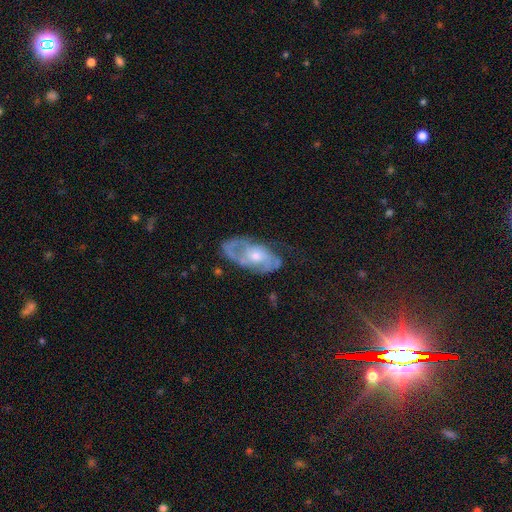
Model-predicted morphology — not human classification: Q: Smooth or featured?
A: featured or disk (76%); runner-up: smooth (17%)
Q: Edge-on disk?
A: no (93%); runner-up: yes (7%)
Q: Bar?
A: no (72%); runner-up: weak (24%)
Q: Spiral arms?
A: yes (85%); runner-up: no (15%)
Q: Spiral winding?
A: medium (42%); runner-up: tight (40%)
Q: Spiral arm count?
A: 2 (52%); runner-up: can't tell (27%)
Q: Bulge size?
A: moderate (58%); runner-up: small (33%)
Q: Merging?
A: none (56%); runner-up: minor disturbance (25%)